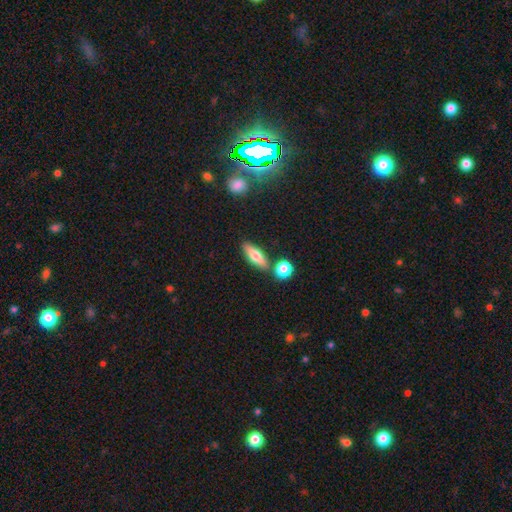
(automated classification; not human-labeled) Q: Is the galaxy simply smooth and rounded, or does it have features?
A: smooth — 64%.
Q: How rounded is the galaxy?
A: in between — 50%.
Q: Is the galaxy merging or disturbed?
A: none — 79%.